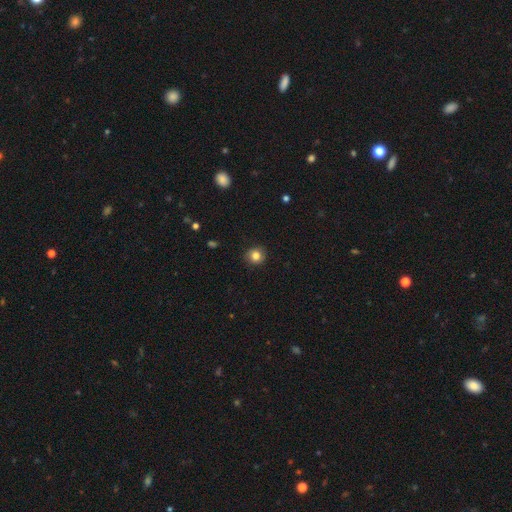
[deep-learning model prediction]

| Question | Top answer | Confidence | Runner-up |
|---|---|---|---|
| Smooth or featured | smooth | 83% | star or artifact (11%) |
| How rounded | round | 90% | in between (9%) |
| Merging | none | 88% | minor disturbance (8%) |